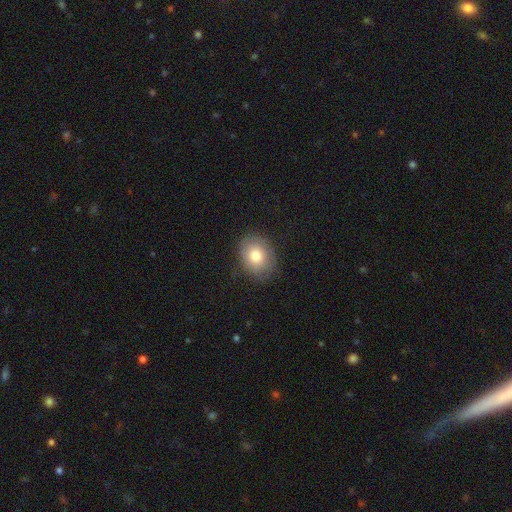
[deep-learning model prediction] Smooth or featured? Predicted: smooth (p=0.79). How rounded? Predicted: in between (p=0.52). Merging? Predicted: none (p=0.82).